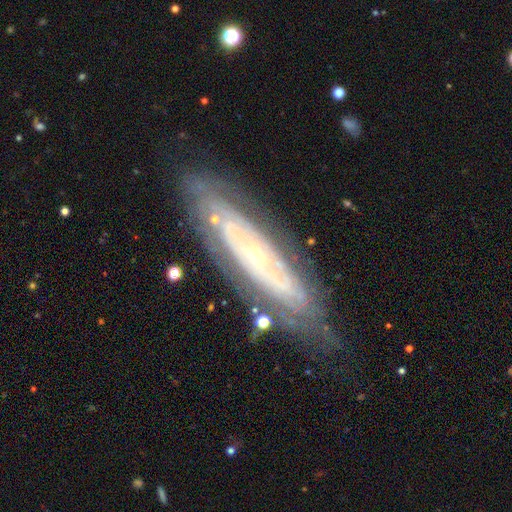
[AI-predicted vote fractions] smooth_or_featured: featured or disk (p=0.81) [alt: smooth p=0.13]
disk_edge_on: no (p=0.78) [alt: yes p=0.22]
bar: no (p=0.80) [alt: weak p=0.14]
has_spiral_arms: yes (p=0.78) [alt: no p=0.22]
bulge_size: small (p=0.81) [alt: moderate p=0.15]
merging: none (p=0.77) [alt: minor disturbance p=0.16]